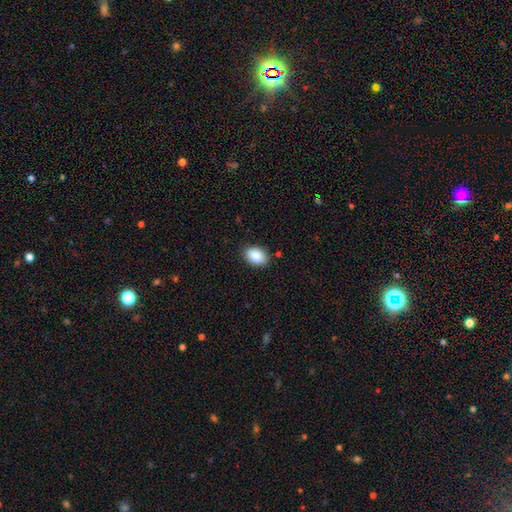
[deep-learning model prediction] smooth 88%, star or artifact 7%, featured or disk 5%. Down the decision tree: how rounded — in between (85%); merging — none (86%).